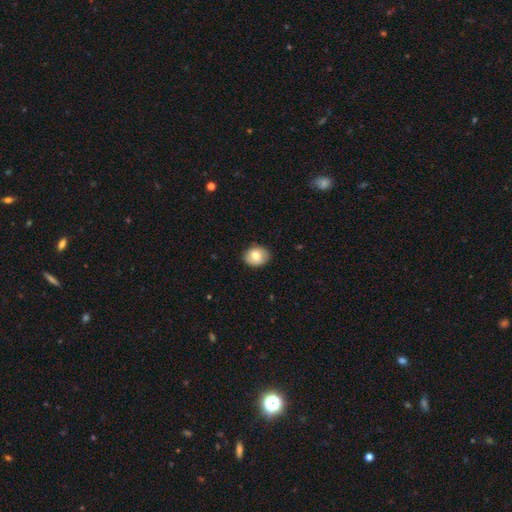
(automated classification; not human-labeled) This appears to be a smooth galaxy with no disk features (76%) that is round (51%). Merging: none (87%).